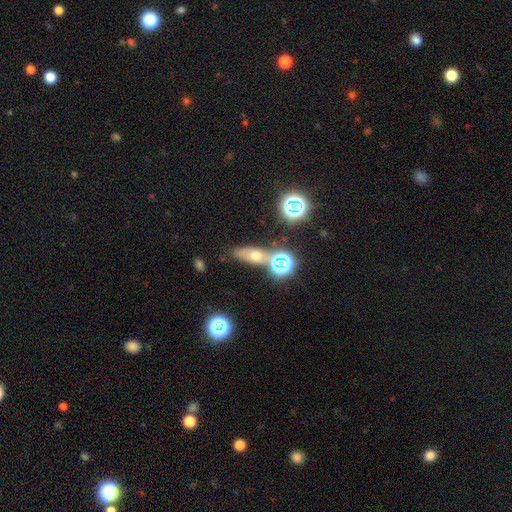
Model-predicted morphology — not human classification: Smooth or featured? Predicted: smooth (p=0.51). How rounded? Predicted: in between (p=0.55). Merging? Predicted: none (p=0.63).